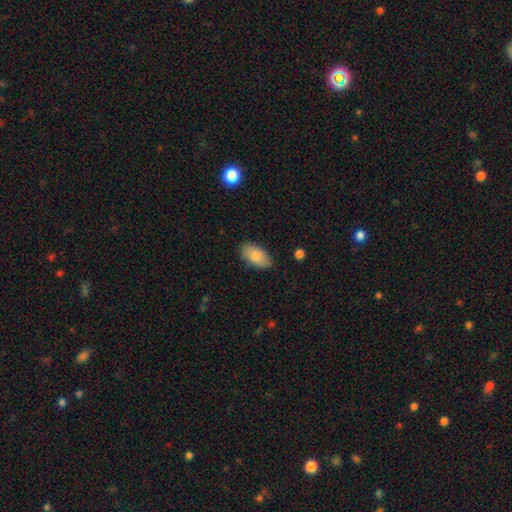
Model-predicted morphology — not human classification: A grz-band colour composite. It shows a smooth galaxy with no disk features (85%) that is in between round and cigar-shaped (94%). Merging: none (82%).